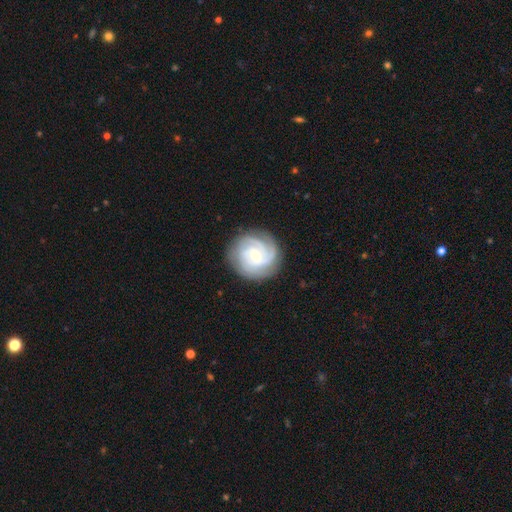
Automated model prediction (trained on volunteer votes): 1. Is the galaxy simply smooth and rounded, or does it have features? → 85% featured or disk, 10% smooth, 5% star or artifact.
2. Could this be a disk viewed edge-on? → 98% no, 2% yes.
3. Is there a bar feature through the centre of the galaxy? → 53% weak, 34% no, 13% strong.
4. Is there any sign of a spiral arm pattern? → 97% yes, 3% no.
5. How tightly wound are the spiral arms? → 68% tight, 27% medium, 5% loose.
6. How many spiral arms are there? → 44% 3, 17% can't tell, 15% 4, 14% 2, 5% 1, 5% more than 4.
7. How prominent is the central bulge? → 54% small, 42% moderate, 2% large, 1% none, 1% dominant.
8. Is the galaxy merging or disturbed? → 81% none, 13% minor disturbance, 4% major disturbance, 1% merger.